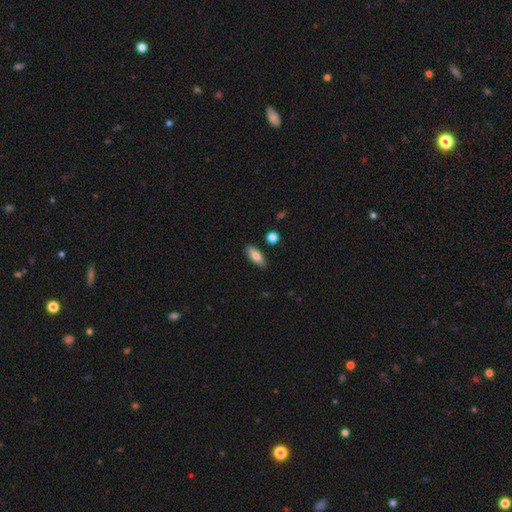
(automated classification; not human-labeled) This is likely a smooth galaxy (74%). How rounded: likely in between (68%). Merging: clearly none (84%).